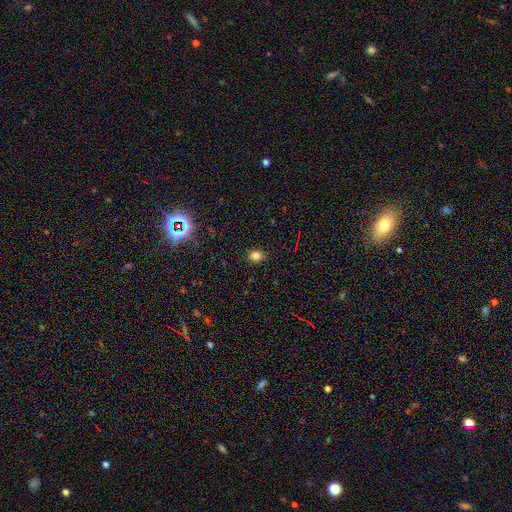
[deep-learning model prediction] smooth 81%, star or artifact 14%, featured or disk 5%. Down the decision tree: how rounded — in between (54%); merging — none (88%).